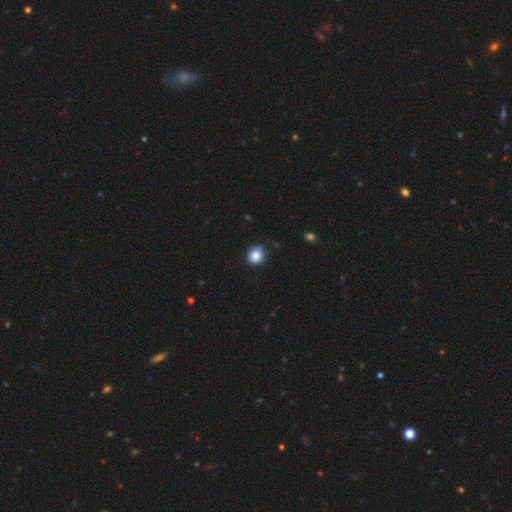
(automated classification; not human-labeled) This appears to be a smooth galaxy with no disk features (85%) that is round (69%). Merging: none (81%).